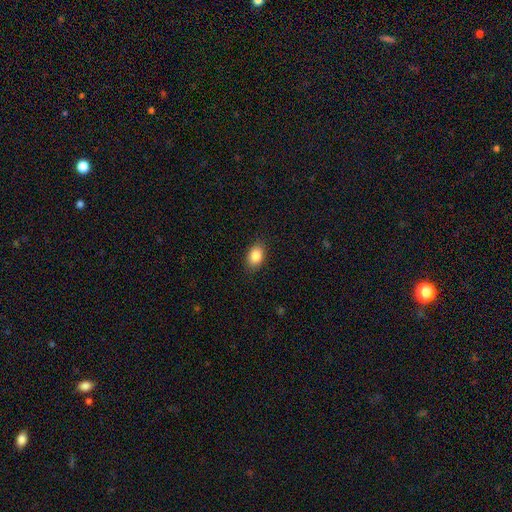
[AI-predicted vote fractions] smooth 88%, star or artifact 8%, featured or disk 4%. Down the decision tree: how rounded — in between (81%); merging — none (86%).